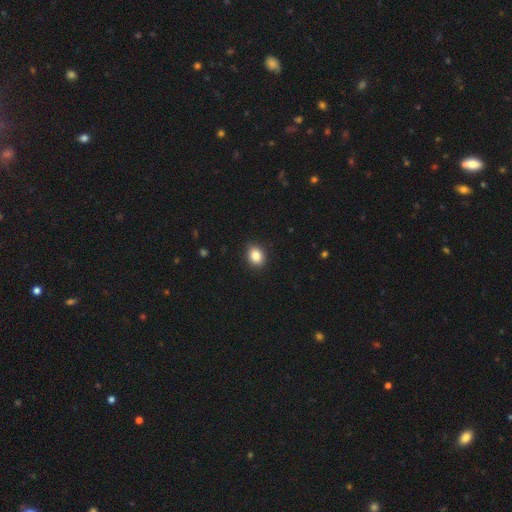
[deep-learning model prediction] Smooth or featured: smooth — 87% (star or artifact — 9%)
How rounded: in between — 57% (round — 42%)
Merging: none — 89% (minor disturbance — 8%)